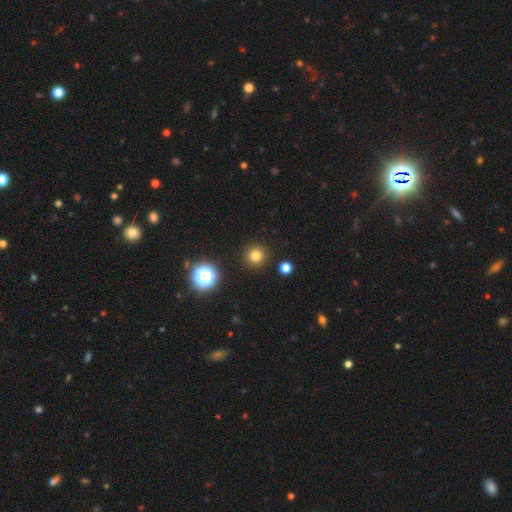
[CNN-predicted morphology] type=smooth (78%); roundness=round (95%); merging=none (92%).